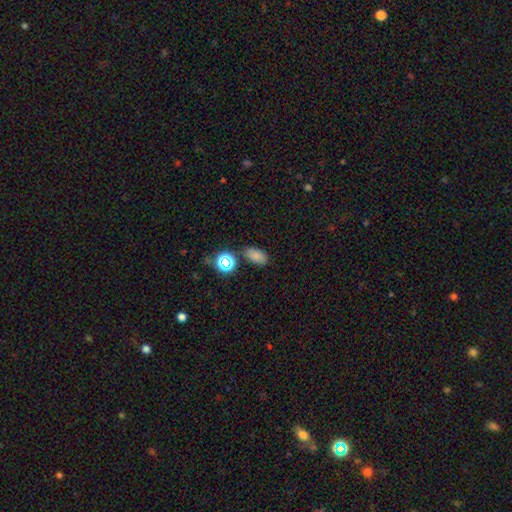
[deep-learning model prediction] Smooth or featured? smooth (77%)
How rounded? in between (88%)
Merging? none (77%)